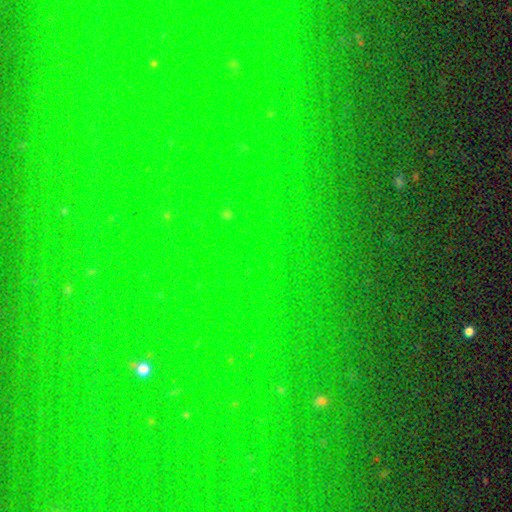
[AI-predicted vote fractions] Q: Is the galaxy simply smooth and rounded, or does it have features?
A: star or artifact — 82%.